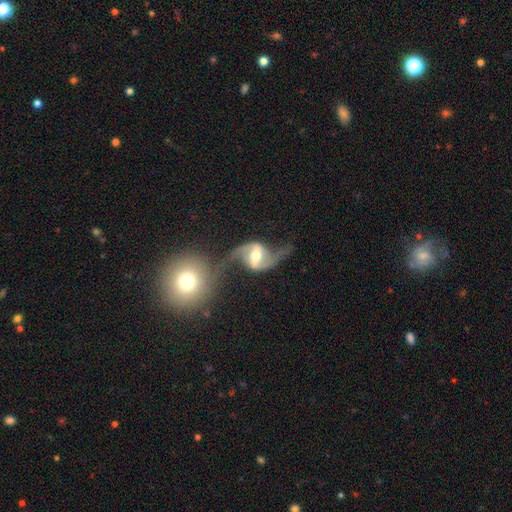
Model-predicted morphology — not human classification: Smooth or featured: featured or disk — 90% (smooth — 6%)
Edge-on disk: no — 97% (yes — 3%)
Bar: strong — 50% (weak — 38%)
Spiral arms: yes — 96% (no — 4%)
Spiral winding: loose — 67% (medium — 27%)
Spiral arm count: 2 — 94% (can't tell — 2%)
Bulge size: moderate — 64% (large — 18%)
Merging: none — 56% (merger — 19%)